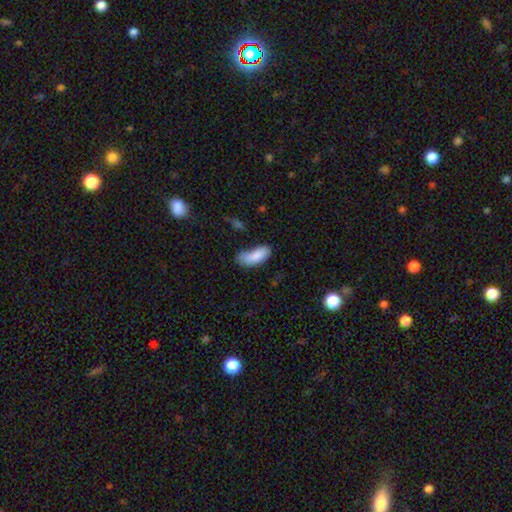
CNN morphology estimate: Smooth or featured?
  - smooth: 84% *
  - featured or disk: 9%
  - star or artifact: 7%
How rounded?
  - in between: 84% *
  - cigar-shaped: 14%
  - round: 2%
Merging?
  - none: 42% *
  - minor disturbance: 33%
  - major disturbance: 13%
  - merger: 12%